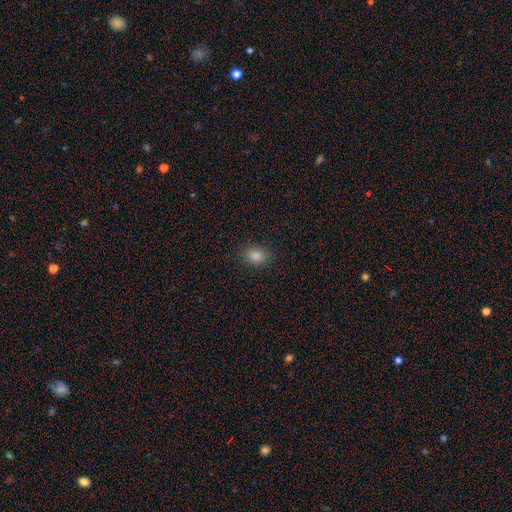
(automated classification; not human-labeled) Morphology: type=smooth (82%); roundness=in between (66%); merging=none (89%).